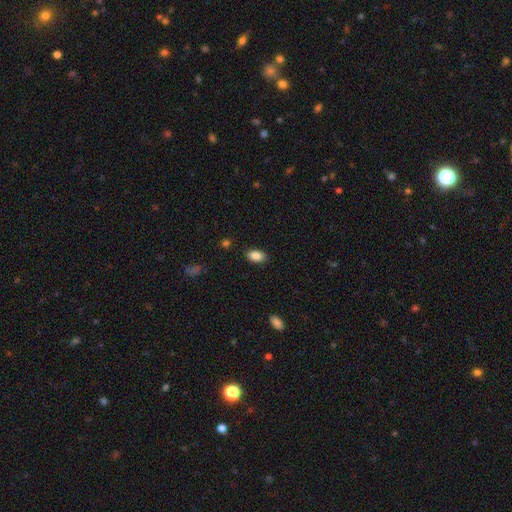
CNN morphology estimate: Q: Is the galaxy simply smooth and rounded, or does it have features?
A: smooth — 88%.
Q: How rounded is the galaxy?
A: in between — 91%.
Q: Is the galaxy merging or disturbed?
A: none — 87%.